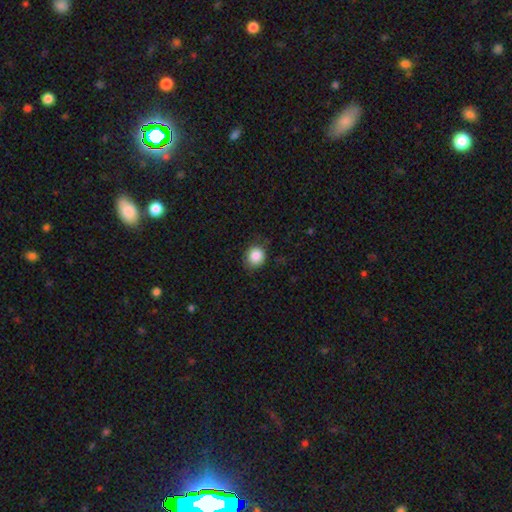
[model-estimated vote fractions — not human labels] Overall: smooth (87%). How rounded: round (81%). Merging: none (80%).